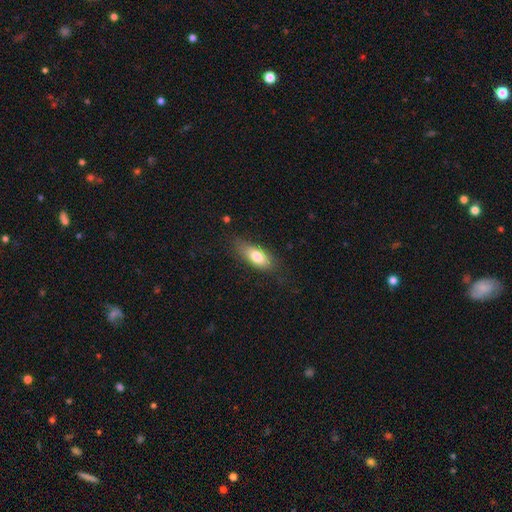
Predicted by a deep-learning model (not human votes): Morphology: type=smooth (76%); roundness=in between (80%); merging=none (72%).